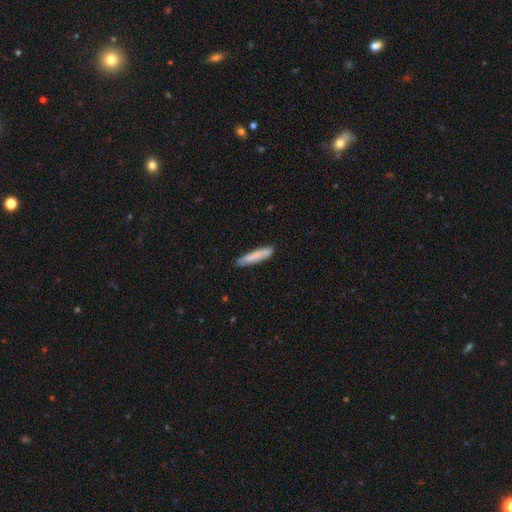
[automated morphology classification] Smooth or featured? smooth (77%)
How rounded? cigar-shaped (89%)
Merging? none (83%)